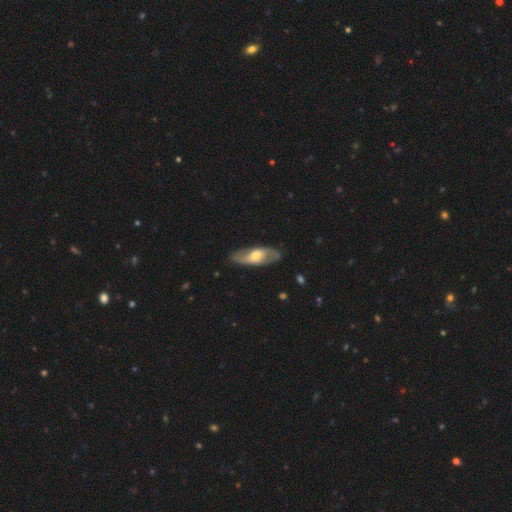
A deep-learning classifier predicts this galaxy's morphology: type=featured or disk (64%); edge-on=no (79%); bar=no (58%); spiral arms=yes (75%); bulge=moderate (68%); merging=none (81%).